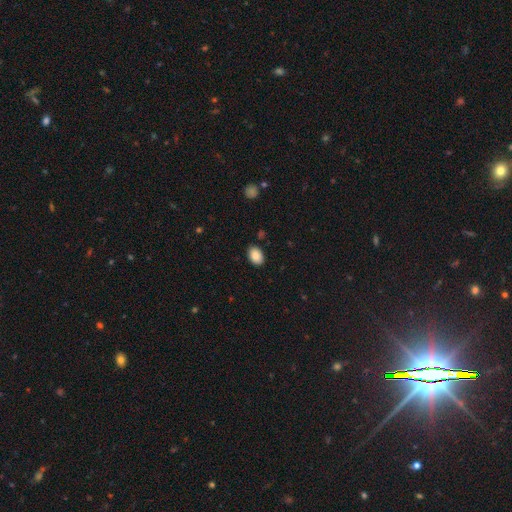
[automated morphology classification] smooth 89%, star or artifact 7%, featured or disk 4%. Down the decision tree: how rounded — in between (84%); merging — none (87%).